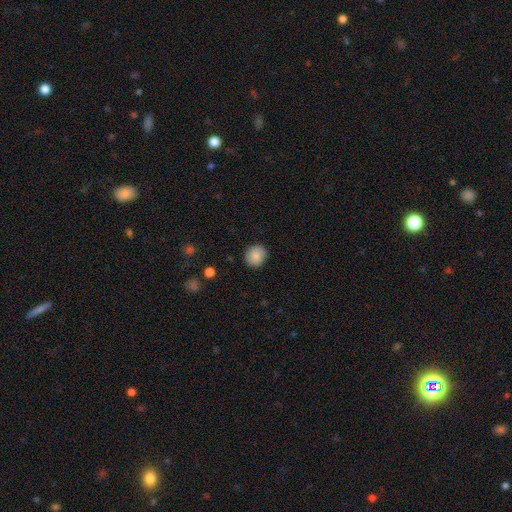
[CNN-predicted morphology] This appears to be a smooth galaxy with no disk features (84%) that is round (86%). Merging: none (88%).